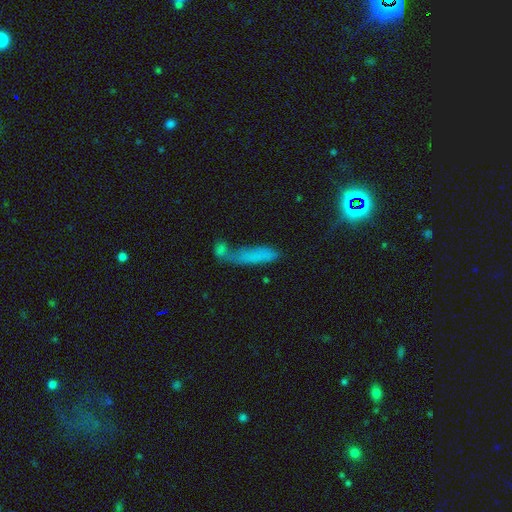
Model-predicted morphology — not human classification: This appears to be a smooth galaxy with no disk features (61%) that is cigar-shaped (66%). Merging: merger (35%).